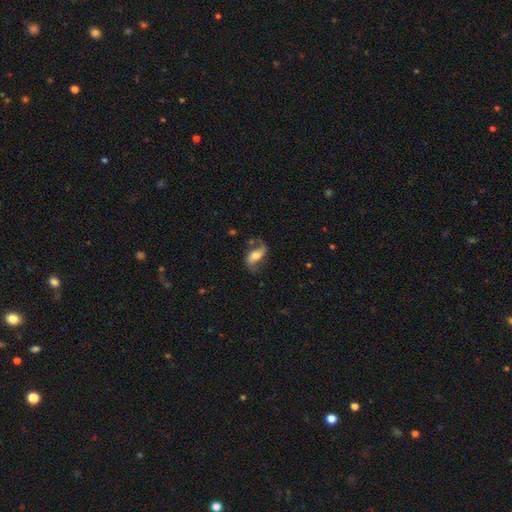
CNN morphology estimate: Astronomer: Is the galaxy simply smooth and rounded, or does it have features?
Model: featured or disk — 68%.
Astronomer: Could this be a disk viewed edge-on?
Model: no — 93%.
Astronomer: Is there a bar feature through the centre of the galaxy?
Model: no — 39% (runner-up: weak, 34%).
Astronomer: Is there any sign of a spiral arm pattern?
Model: yes — 90%.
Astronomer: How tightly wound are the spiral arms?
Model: loose — 65%.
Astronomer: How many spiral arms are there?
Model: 2 — 85%.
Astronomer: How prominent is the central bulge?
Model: moderate — 58%.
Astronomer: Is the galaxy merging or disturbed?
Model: none — 63%.